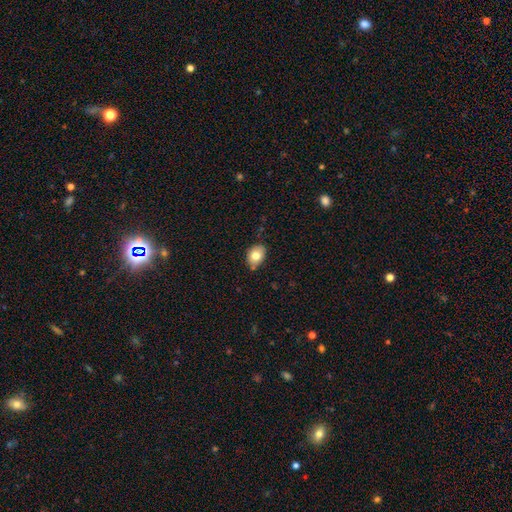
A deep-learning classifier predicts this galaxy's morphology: This appears to be a smooth galaxy with no disk features (80%) that is in between round and cigar-shaped (70%). Merging: none (80%).